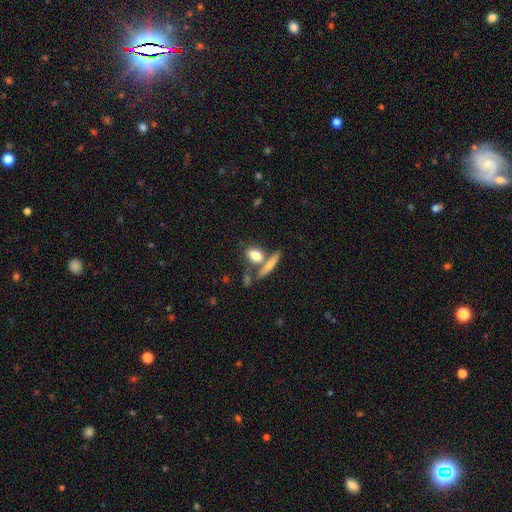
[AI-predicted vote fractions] This is likely a smooth galaxy (75%). How rounded: likely in between (66%). Merging: possibly none (50%).